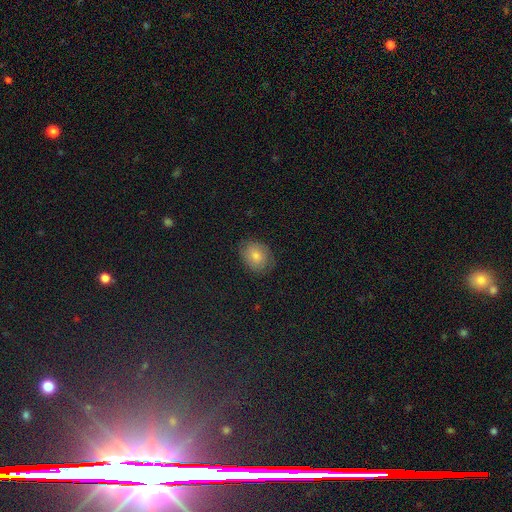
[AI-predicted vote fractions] Overall: smooth (58%; featured or disk 23%). How rounded: in between (51%; round 48%). Merging: none (81%).